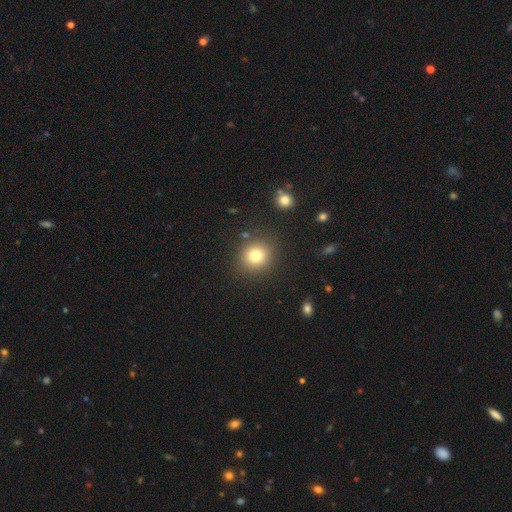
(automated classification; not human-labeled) Smooth or featured: smooth — 78% (star or artifact — 13%)
How rounded: round — 88% (in between — 11%)
Merging: none — 86% (minor disturbance — 8%)